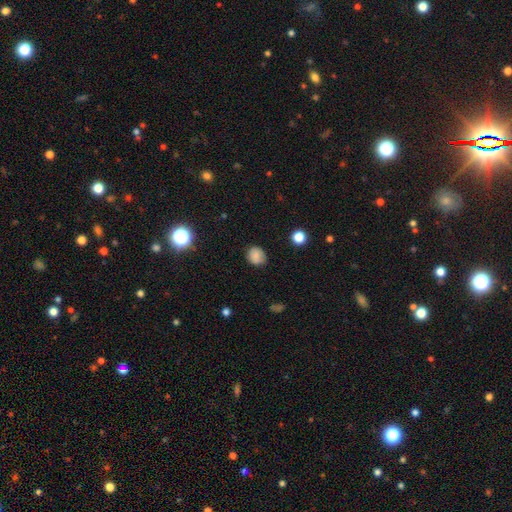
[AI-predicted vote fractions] A smooth galaxy with no disk features (82%) that is round (71%).

Vote fractions:
- Smooth or featured? smooth: 82% / star or artifact: 11% / featured or disk: 7%
- How rounded? round: 71% / in between: 28% / cigar-shaped: 1%
- Merging? none: 81% / minor disturbance: 14% / major disturbance: 3% / merger: 1%